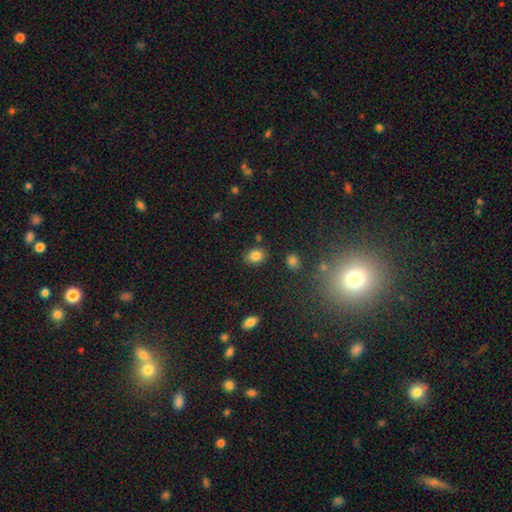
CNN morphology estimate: This is clearly a smooth galaxy (83%). How rounded: possibly round (50%). Merging: likely none (80%).